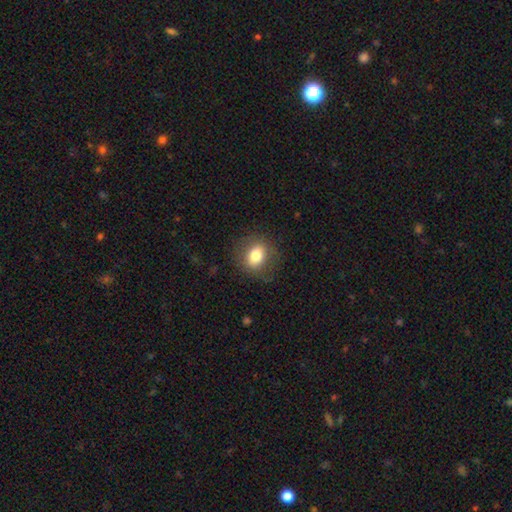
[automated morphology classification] smooth-or-featured: smooth: 74% | featured or disk: 16% | star or artifact: 9%
  how-rounded: round: 51% | in between: 47% | cigar-shaped: 2%
  merging: none: 81% | minor disturbance: 13% | major disturbance: 5% | merger: 1%